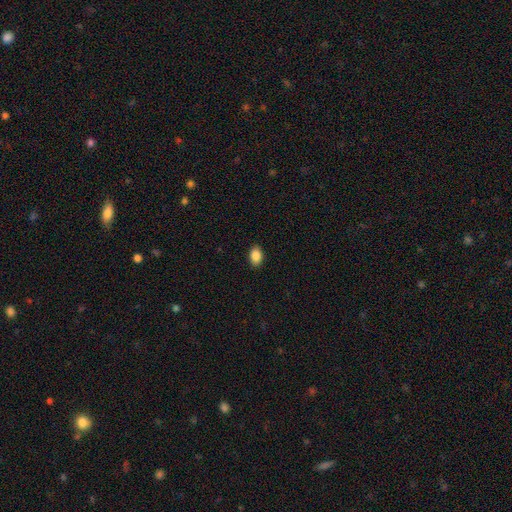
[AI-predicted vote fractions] Smooth or featured: smooth — 88% (star or artifact — 8%)
How rounded: in between — 87% (round — 11%)
Merging: none — 90% (minor disturbance — 7%)